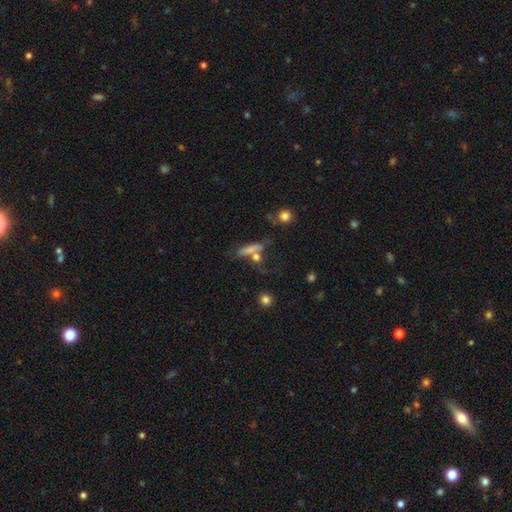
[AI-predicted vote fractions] Smooth or featured?
  - smooth: 66% *
  - featured or disk: 21%
  - star or artifact: 13%
How rounded?
  - cigar-shaped: 59% *
  - in between: 26%
  - round: 15%
Merging?
  - none: 50% *
  - merger: 26%
  - minor disturbance: 15%
  - major disturbance: 10%